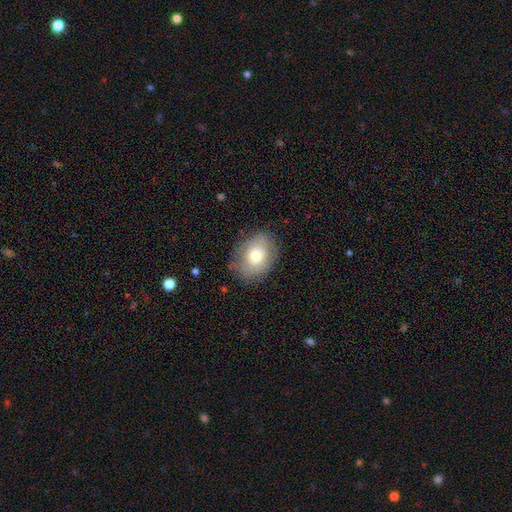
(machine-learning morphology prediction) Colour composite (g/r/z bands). It shows a smooth galaxy with no disk features (67%) that is in between round and cigar-shaped (66%). Merging: none (78%).